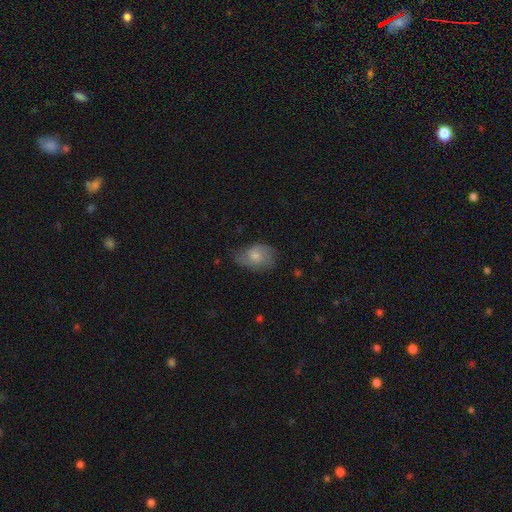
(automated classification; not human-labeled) Smooth or featured? Predicted: smooth (p=0.59). How rounded? Predicted: in between (p=0.76). Merging? Predicted: none (p=0.51).